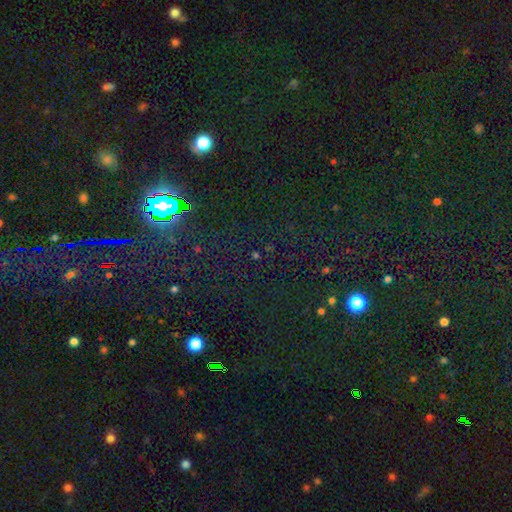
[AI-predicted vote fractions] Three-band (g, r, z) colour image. It shows a star or artifact, not a galaxy (76%).